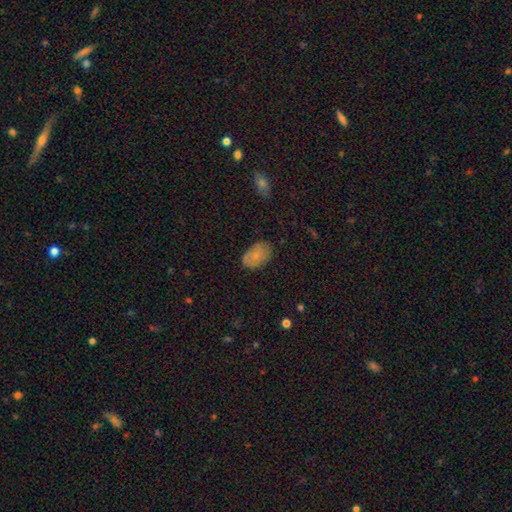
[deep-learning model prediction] Morphology: type=smooth (71%); roundness=in between (86%); merging=none (77%).